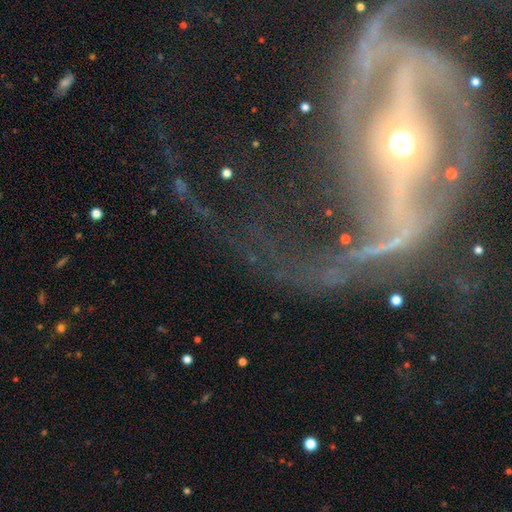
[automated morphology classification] The model was most divided on "merging": none: 46%, major disturbance: 34%, minor disturbance: 14%, merger: 7%. Remaining: edge-on disk — no (89%); smooth or featured — featured or disk (79%); spiral arm count — 2 (76%); spiral arms — yes (76%); bulge size — moderate (55%); spiral winding — loose (52%); bar — strong (46%).